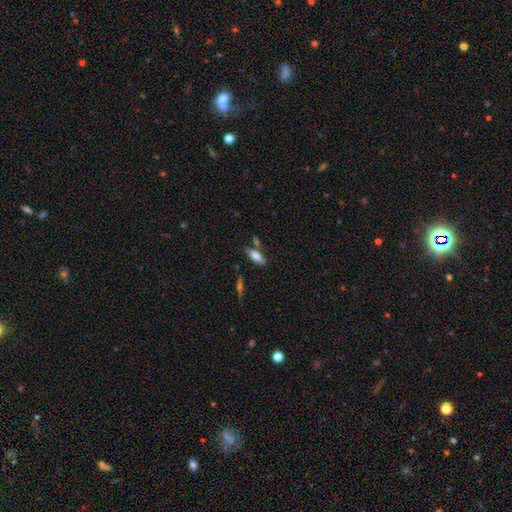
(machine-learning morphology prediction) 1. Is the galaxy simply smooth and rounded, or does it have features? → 68% smooth, 24% featured or disk, 7% star or artifact.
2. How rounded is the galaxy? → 69% in between, 29% cigar-shaped, 2% round.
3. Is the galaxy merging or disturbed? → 74% none, 12% minor disturbance, 11% merger, 3% major disturbance.